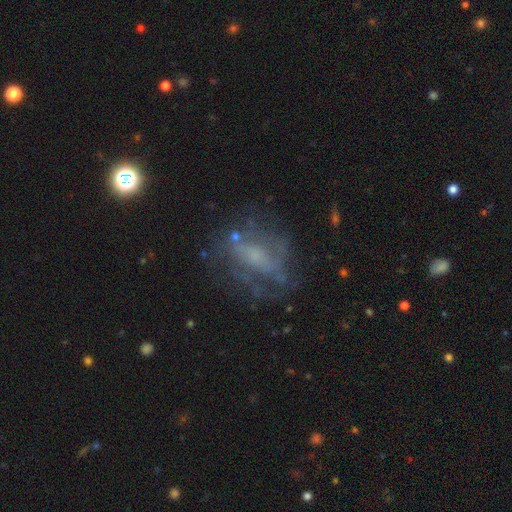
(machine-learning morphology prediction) A featured or disk galaxy (59%) with no bar (65%), no spiral arms (62%) and a small central bulge (38%).

Vote fractions:
- Smooth or featured? featured or disk: 59% / smooth: 25% / star or artifact: 17%
- Edge-on disk? no: 93% / yes: 7%
- Bar? no: 65% / weak: 26% / strong: 9%
- Spiral arms? no: 62% / yes: 38%
- Bulge size? small: 38% / none: 36% / moderate: 21% / large: 4% / dominant: 1%
- Merging? none: 55% / major disturbance: 22% / minor disturbance: 20% / merger: 4%